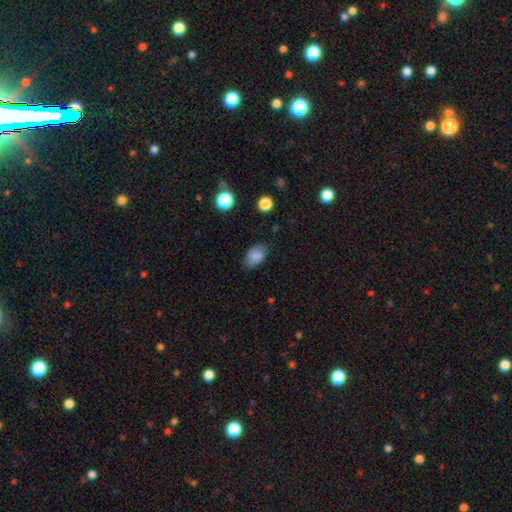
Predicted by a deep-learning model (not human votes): Smooth or featured? smooth (80%)
How rounded? in between (89%)
Merging? none (74%)